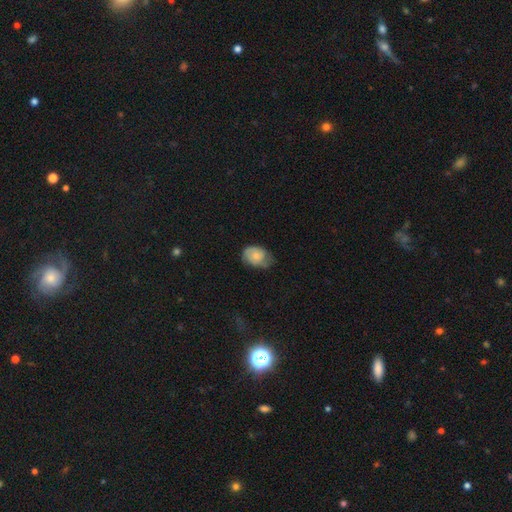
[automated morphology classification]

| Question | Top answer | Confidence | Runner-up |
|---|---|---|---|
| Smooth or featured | smooth | 49% | featured or disk (44%) |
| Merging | none | 54% | minor disturbance (33%) |